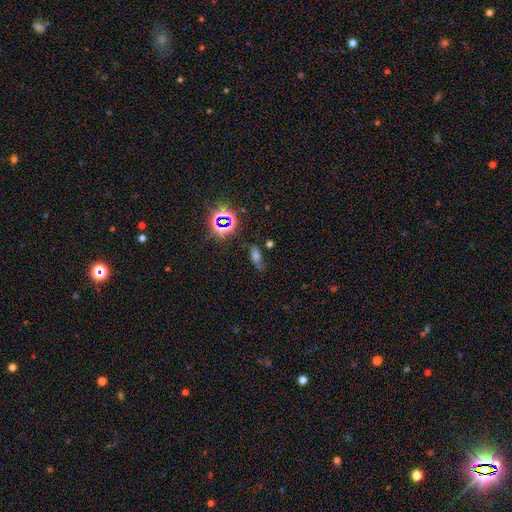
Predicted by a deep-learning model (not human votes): Smooth or featured? smooth (56%)
How rounded? in between (75%)
Merging? none (59%)